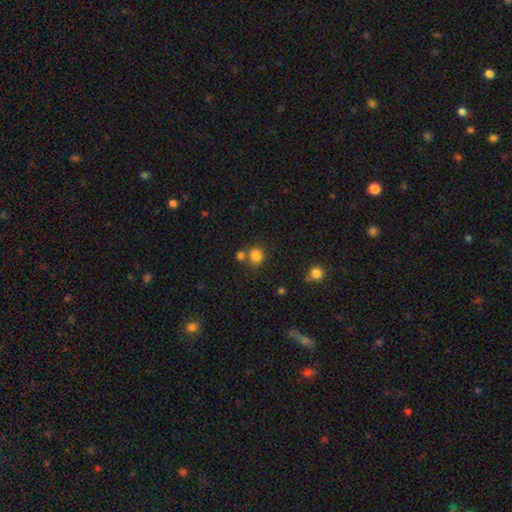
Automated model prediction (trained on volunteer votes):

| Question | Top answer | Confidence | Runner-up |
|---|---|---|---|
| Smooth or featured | smooth | 82% | star or artifact (12%) |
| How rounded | round | 77% | in between (22%) |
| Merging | none | 64% | merger (22%) |